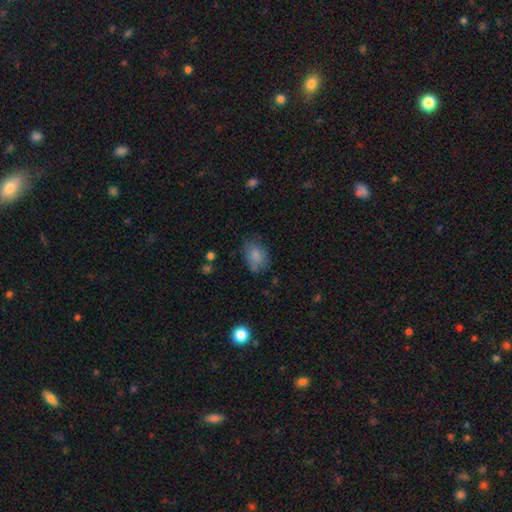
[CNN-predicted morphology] Smooth or featured? smooth (80%)
How rounded? in between (77%)
Merging? none (61%)